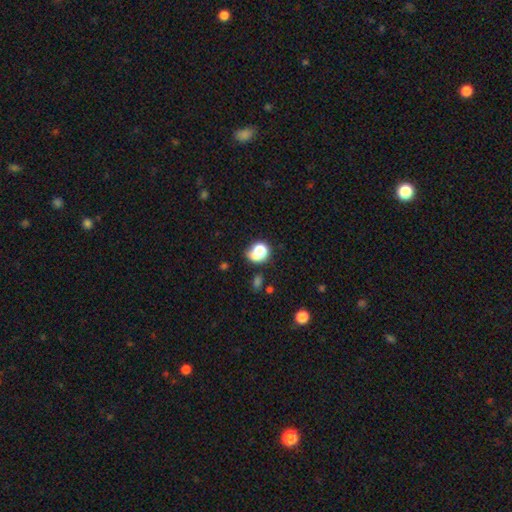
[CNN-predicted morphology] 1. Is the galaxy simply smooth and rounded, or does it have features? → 72% smooth, 16% featured or disk, 13% star or artifact.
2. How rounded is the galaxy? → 60% round, 38% in between, 1% cigar-shaped.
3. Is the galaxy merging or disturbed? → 38% none, 28% merger, 18% minor disturbance, 16% major disturbance.